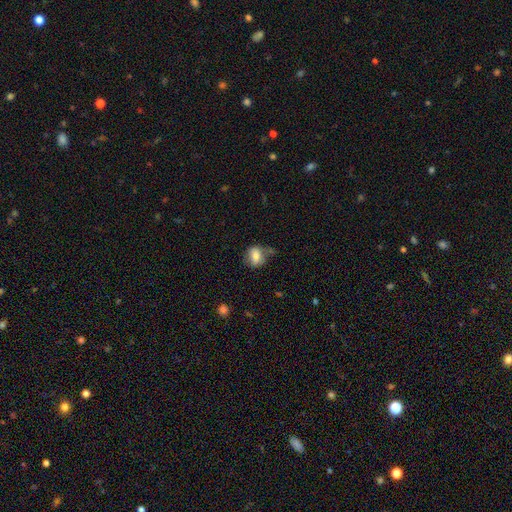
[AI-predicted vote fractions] Q: Smooth or featured?
A: smooth (75%); runner-up: featured or disk (16%)
Q: How rounded?
A: round (50%); runner-up: in between (49%)
Q: Merging?
A: none (58%); runner-up: minor disturbance (25%)